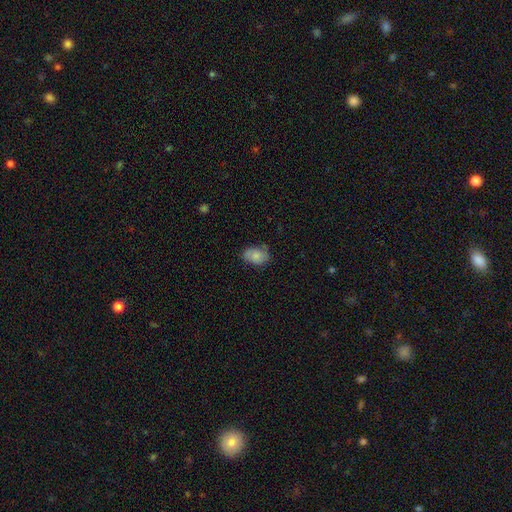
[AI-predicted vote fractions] The model was most divided on "merging": none: 69%, minor disturbance: 24%, major disturbance: 5%, merger: 2%. More confident: how rounded — in between (83%); smooth or featured — smooth (75%).